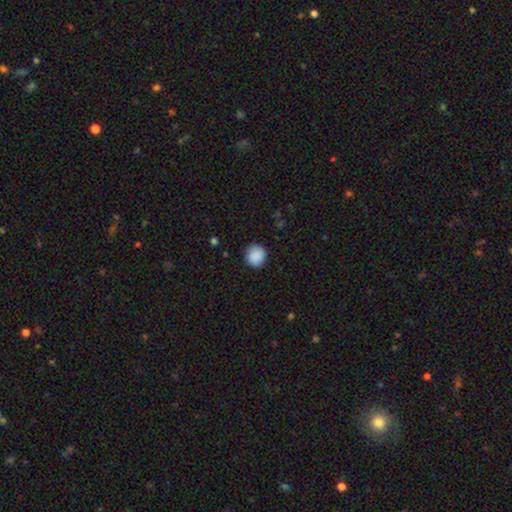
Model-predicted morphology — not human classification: smooth_or_featured: smooth (p=0.89) [alt: star or artifact p=0.08]
how_rounded: round (p=0.90) [alt: in between p=0.09]
merging: none (p=0.89) [alt: minor disturbance p=0.08]